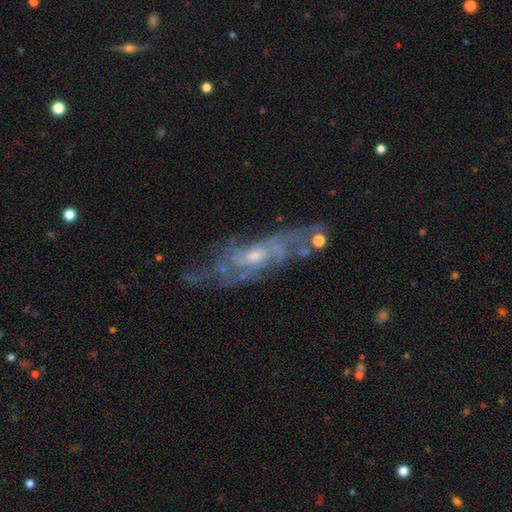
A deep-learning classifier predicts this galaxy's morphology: This is clearly a featured or disk galaxy (81%). It is clearly not viewed edge-on (81%). Bar: possibly no (60%). Spiral arm pattern: clearly yes (88%). Spiral arm count: possibly can't tell (50%). Spiral winding: possibly tight (50%). Central bulge: possibly small (58%). Merging: likely none (67%).